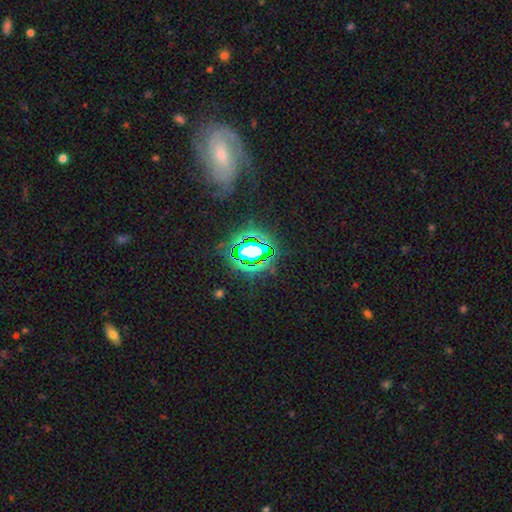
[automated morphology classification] Smooth or featured? star or artifact (76%)